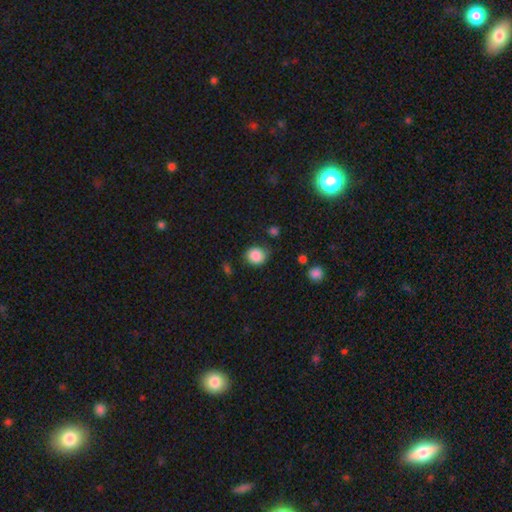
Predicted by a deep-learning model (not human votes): Smooth or featured? smooth (86%)
How rounded? round (75%)
Merging? none (73%)